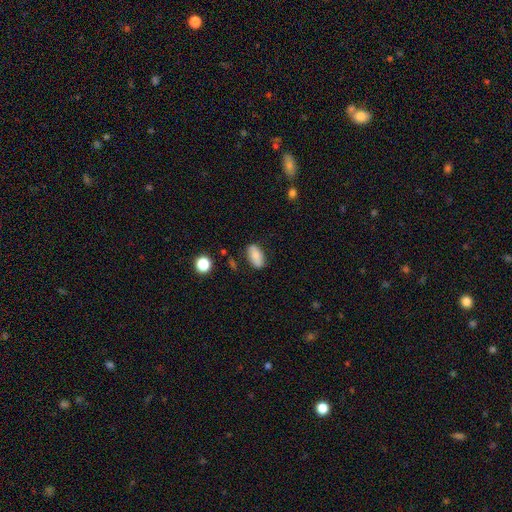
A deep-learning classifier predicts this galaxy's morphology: This appears to be a smooth galaxy with no disk features (80%) that is in between round and cigar-shaped (91%). Merging: none (80%).